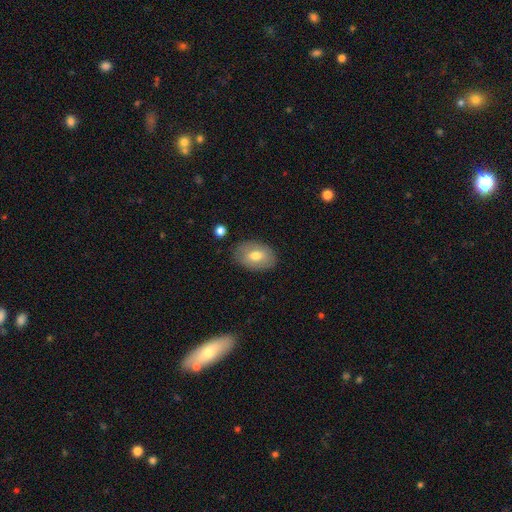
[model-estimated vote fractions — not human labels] Smooth or featured?
  - smooth: 67% *
  - featured or disk: 27%
  - star or artifact: 7%
How rounded?
  - in between: 86% *
  - round: 13%
  - cigar-shaped: 1%
Merging?
  - none: 82% *
  - minor disturbance: 13%
  - major disturbance: 3%
  - merger: 2%